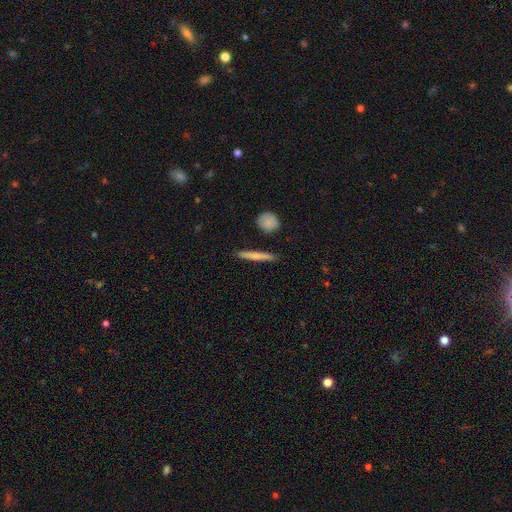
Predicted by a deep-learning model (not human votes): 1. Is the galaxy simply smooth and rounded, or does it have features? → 66% smooth, 29% featured or disk, 6% star or artifact.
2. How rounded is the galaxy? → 94% cigar-shaped, 4% in between, 2% round.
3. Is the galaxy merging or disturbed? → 90% none, 7% minor disturbance, 2% merger, 2% major disturbance.